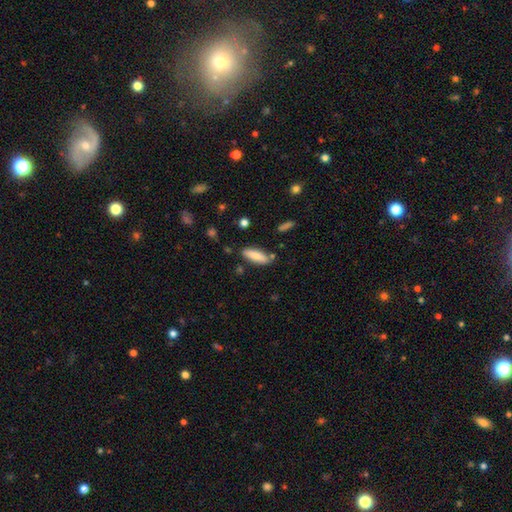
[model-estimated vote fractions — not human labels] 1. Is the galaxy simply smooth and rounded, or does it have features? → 81% smooth, 13% featured or disk, 6% star or artifact.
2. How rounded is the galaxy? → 56% in between, 43% cigar-shaped, 2% round.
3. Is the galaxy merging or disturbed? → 82% none, 12% minor disturbance, 4% merger, 2% major disturbance.